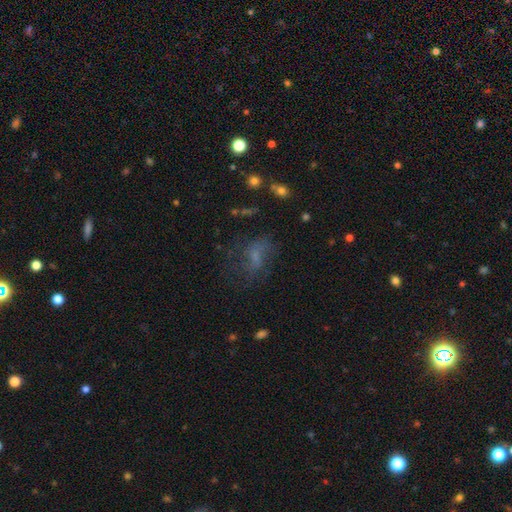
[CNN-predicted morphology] Q: Smooth or featured?
A: smooth (45%); runner-up: featured or disk (35%)
Q: Merging?
A: none (47%); runner-up: major disturbance (28%)